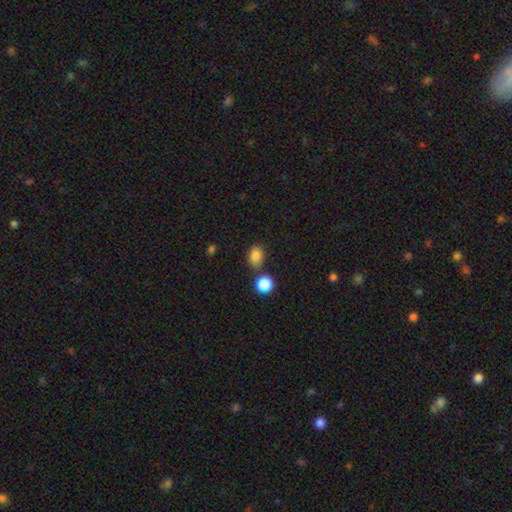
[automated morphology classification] This appears to be a smooth galaxy with no disk features (84%) that is in between round and cigar-shaped (65%). Merging: none (73%).